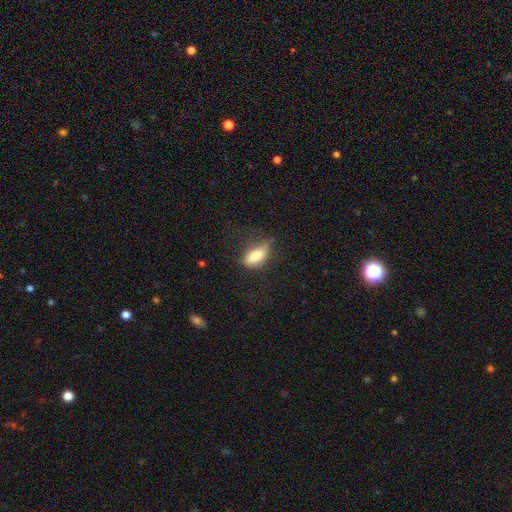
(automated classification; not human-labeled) A smooth galaxy with no disk features (77%) that is in between round and cigar-shaped (82%).

Vote fractions:
- Smooth or featured? smooth: 77% / featured or disk: 15% / star or artifact: 7%
- How rounded? in between: 82% / cigar-shaped: 14% / round: 4%
- Merging? none: 52% / minor disturbance: 31% / major disturbance: 15% / merger: 2%